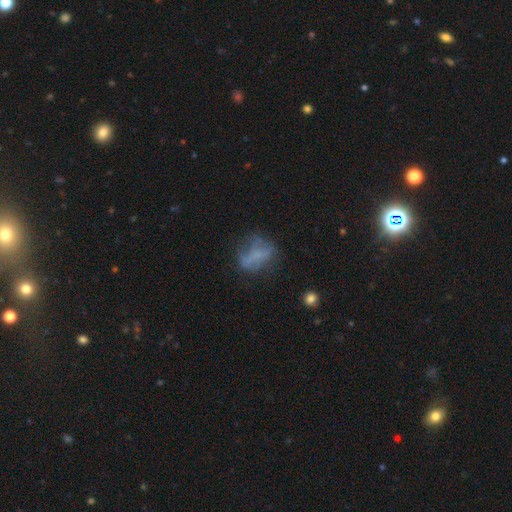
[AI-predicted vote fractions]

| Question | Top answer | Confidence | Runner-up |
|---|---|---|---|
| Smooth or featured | smooth | 45% | featured or disk (40%) |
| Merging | none | 46% | major disturbance (25%) |